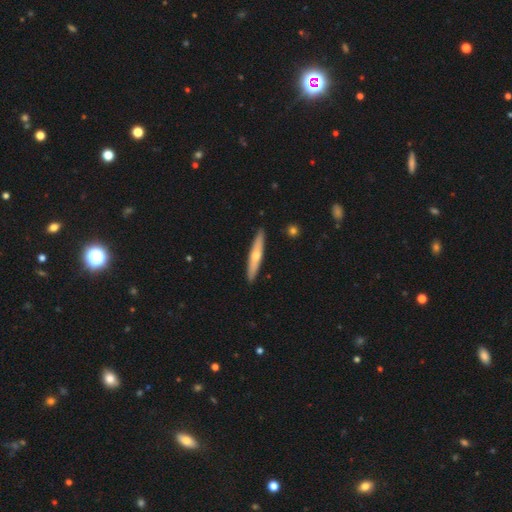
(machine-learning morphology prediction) featured or disk 49%, smooth 46%, star or artifact 5%. Down the decision tree: merging — none (91%).